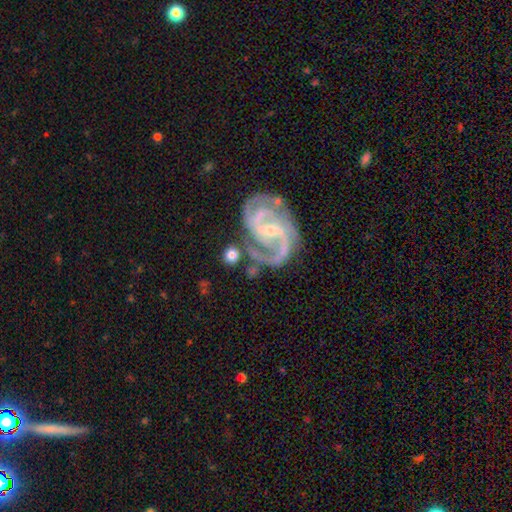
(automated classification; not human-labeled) Smooth or featured? Predicted: featured or disk (p=0.92). Edge-on disk? Predicted: no (p=0.98). Bar? Predicted: weak (p=0.47). Spiral arms? Predicted: yes (p=0.98). Spiral winding? Predicted: medium (p=0.54). Spiral arm count? Predicted: 2 (p=0.65). Bulge size? Predicted: small (p=0.69). Merging? Predicted: none (p=0.59).